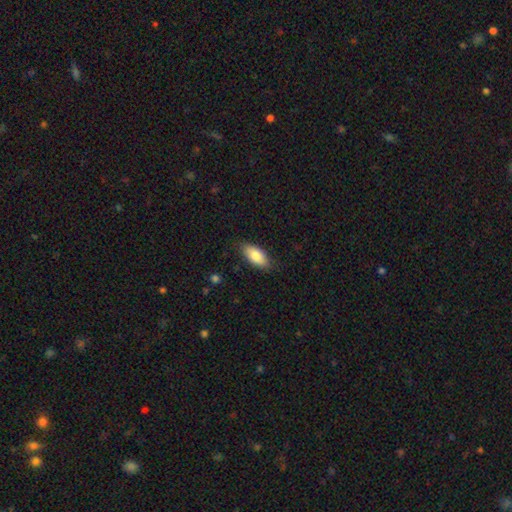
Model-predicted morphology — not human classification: Smooth or featured?
  - smooth: 83% *
  - featured or disk: 11%
  - star or artifact: 6%
How rounded?
  - in between: 89% *
  - cigar-shaped: 9%
  - round: 2%
Merging?
  - none: 82% *
  - minor disturbance: 14%
  - major disturbance: 3%
  - merger: 1%